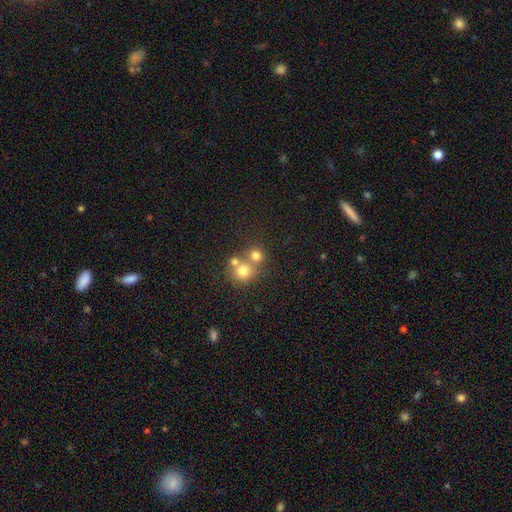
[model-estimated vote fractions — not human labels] Morphology: type=smooth (72%); roundness=round (87%); merging=none (49%).